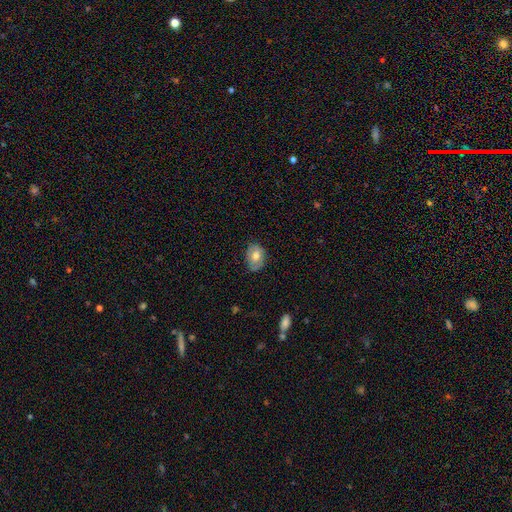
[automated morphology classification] smooth_or_featured: smooth (p=0.63) [alt: featured or disk p=0.30]
how_rounded: in between (p=0.74) [alt: round p=0.24]
merging: none (p=0.72) [alt: minor disturbance p=0.22]